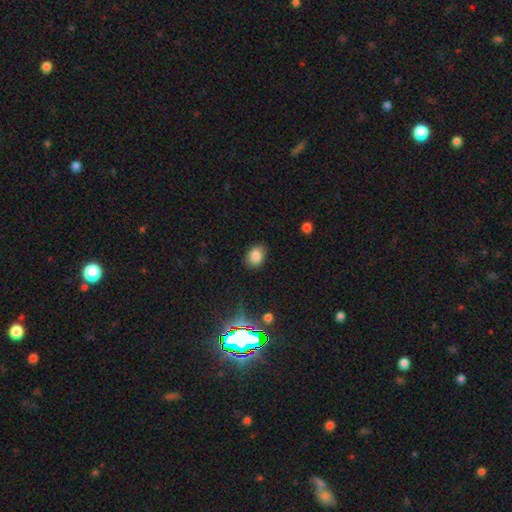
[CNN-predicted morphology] smooth 82%, star or artifact 12%, featured or disk 7%. Down the decision tree: how rounded — in between (64%); merging — none (83%).